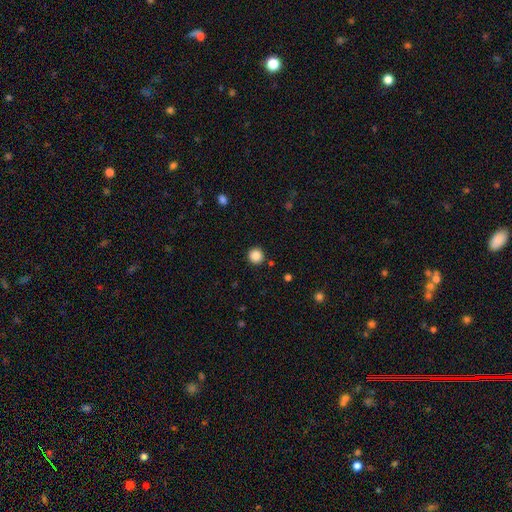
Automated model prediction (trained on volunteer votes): Smooth or featured? smooth (86%)
How rounded? round (95%)
Merging? none (91%)